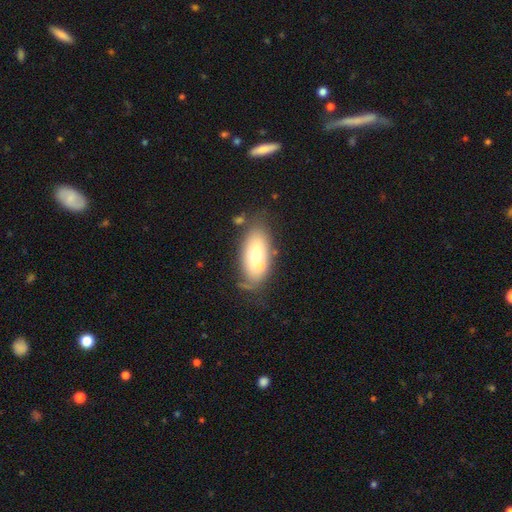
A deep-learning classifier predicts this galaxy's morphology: This is possibly a smooth galaxy (55%). How rounded: clearly in between (89%). Merging: possibly none (53%).